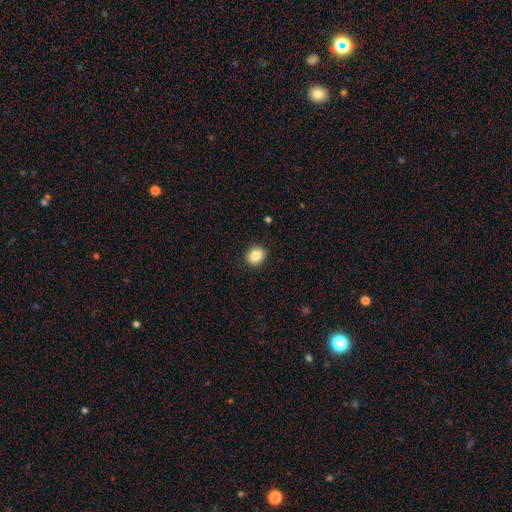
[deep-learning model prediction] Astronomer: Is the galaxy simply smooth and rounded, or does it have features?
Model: smooth — 86%.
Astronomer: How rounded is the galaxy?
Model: round — 67%.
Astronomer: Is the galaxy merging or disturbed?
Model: none — 91%.